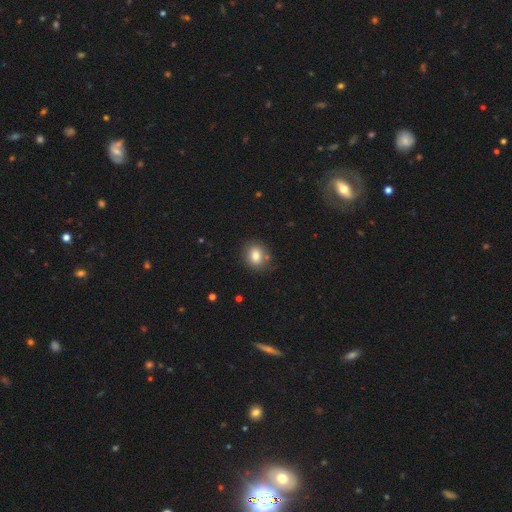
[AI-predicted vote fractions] Overall: smooth (80%). How rounded: round (59%; in between 40%). Merging: none (77%).